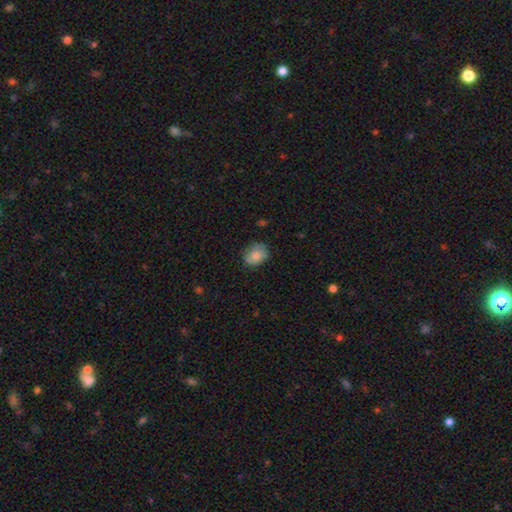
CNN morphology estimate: Overall: smooth (81%). How rounded: in between (53%; round 46%). Merging: none (71%).